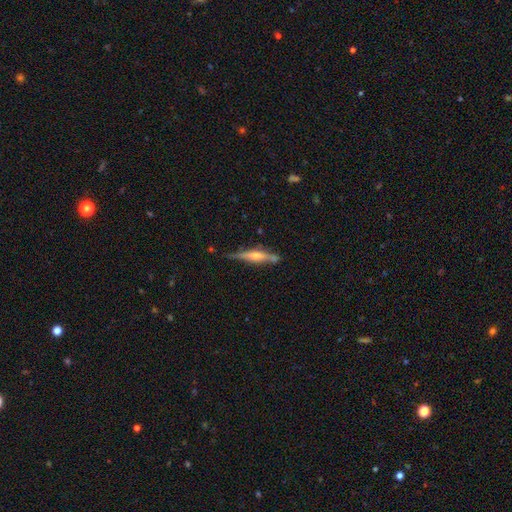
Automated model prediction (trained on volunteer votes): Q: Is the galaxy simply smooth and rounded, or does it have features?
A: featured or disk — 67%.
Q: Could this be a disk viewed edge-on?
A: yes — 95%.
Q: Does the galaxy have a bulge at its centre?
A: rounded — 82%.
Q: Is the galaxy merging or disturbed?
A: none — 72%.